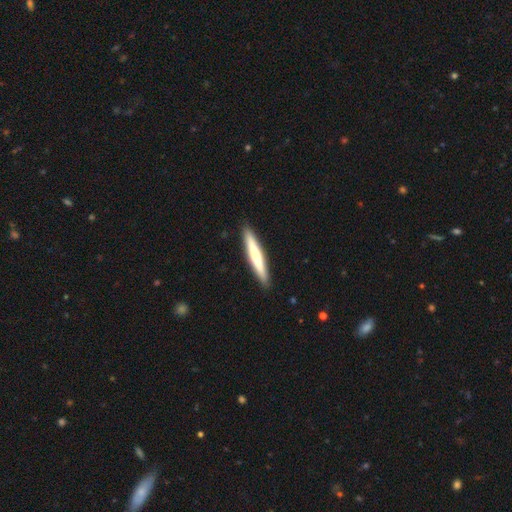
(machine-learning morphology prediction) A smooth galaxy with no disk features (59%) that is cigar-shaped (94%).

Vote fractions:
- Smooth or featured? smooth: 59% / featured or disk: 36% / star or artifact: 5%
- How rounded? cigar-shaped: 94% / in between: 4% / round: 1%
- Merging? none: 91% / minor disturbance: 6% / major disturbance: 1% / merger: 1%